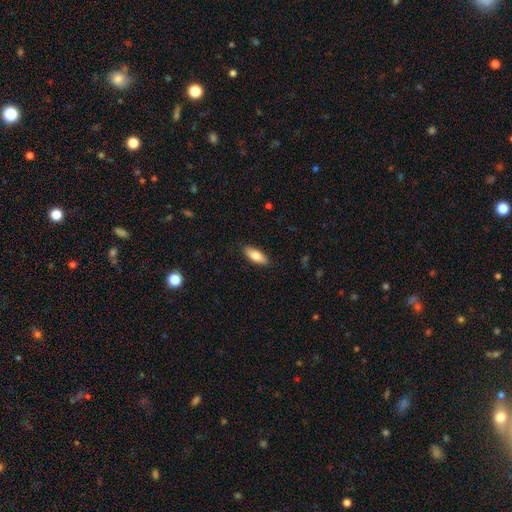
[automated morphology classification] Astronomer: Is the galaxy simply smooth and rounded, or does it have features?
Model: smooth — 79%.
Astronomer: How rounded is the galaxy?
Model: in between — 73%.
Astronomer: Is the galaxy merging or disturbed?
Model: none — 88%.